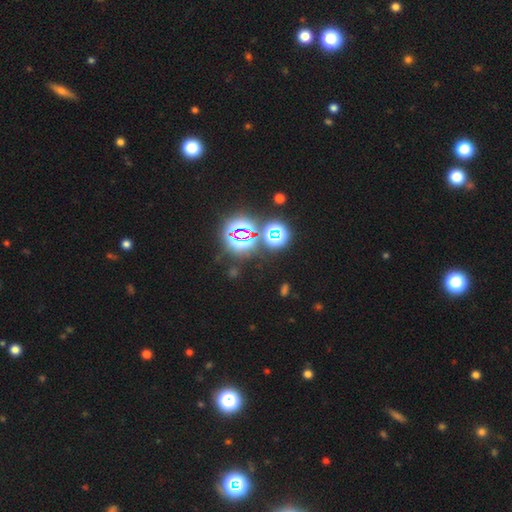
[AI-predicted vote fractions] Overall: star or artifact (77%).